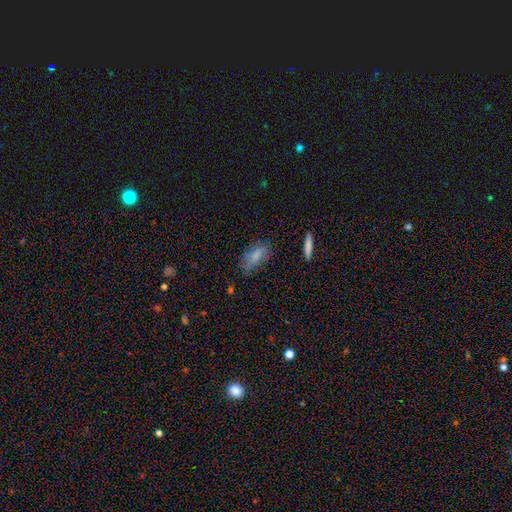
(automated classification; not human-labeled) smooth_or_featured: smooth (p=0.72) [alt: featured or disk p=0.18]
how_rounded: in between (p=0.78) [alt: cigar-shaped p=0.19]
merging: none (p=0.66) [alt: minor disturbance p=0.23]